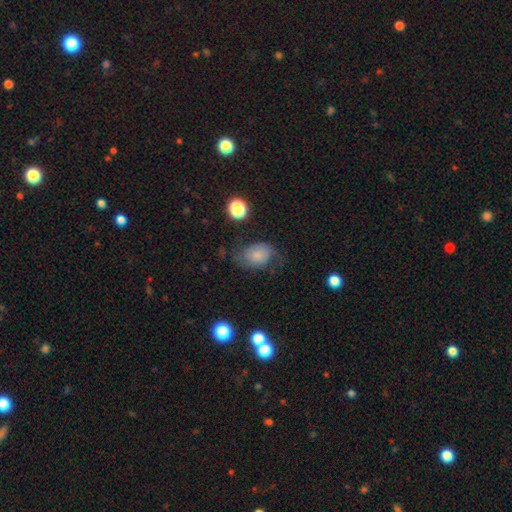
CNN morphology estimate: Smooth or featured: smooth — 49% (featured or disk — 38%)
Merging: none — 57% (minor disturbance — 25%)